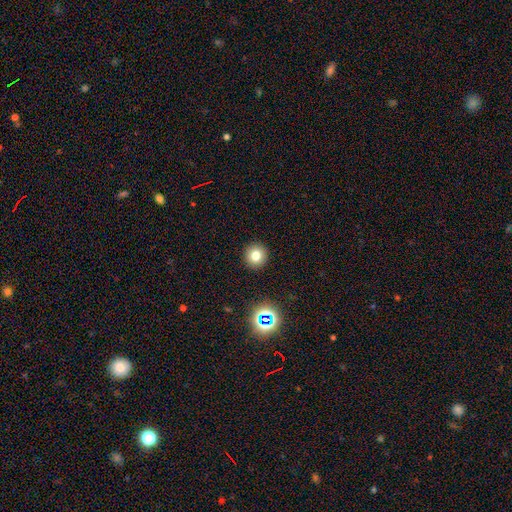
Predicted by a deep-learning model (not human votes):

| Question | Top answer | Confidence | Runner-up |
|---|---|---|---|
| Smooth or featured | smooth | 76% | star or artifact (16%) |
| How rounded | round | 93% | in between (6%) |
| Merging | none | 92% | minor disturbance (5%) |